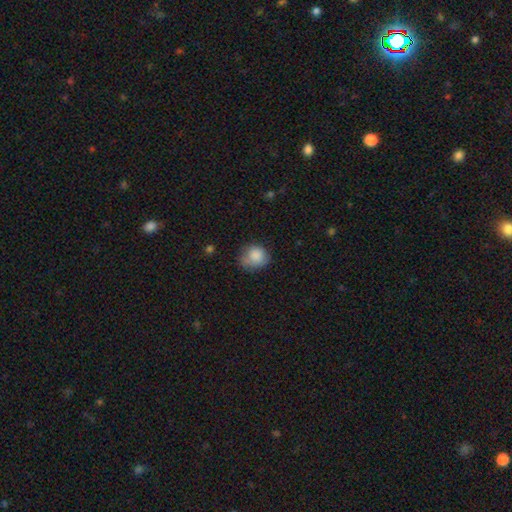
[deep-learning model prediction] This appears to be a smooth galaxy with no disk features (83%) that is round (74%). Merging: none (58%).